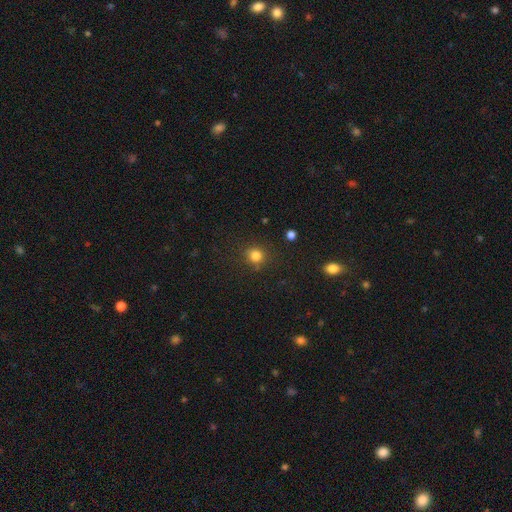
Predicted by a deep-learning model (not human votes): smooth-or-featured: smooth: 81% | star or artifact: 13% | featured or disk: 5%
  how-rounded: round: 87% | in between: 12% | cigar-shaped: 1%
  merging: none: 83% | minor disturbance: 11% | major disturbance: 4% | merger: 2%